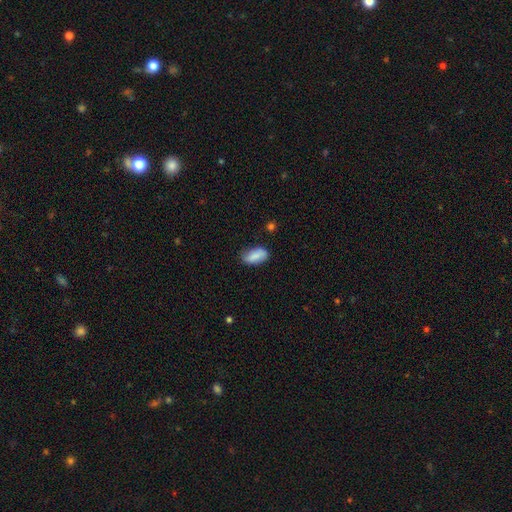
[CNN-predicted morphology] Q: Smooth or featured?
A: smooth (82%); runner-up: featured or disk (11%)
Q: How rounded?
A: in between (91%); runner-up: cigar-shaped (5%)
Q: Merging?
A: none (74%); runner-up: minor disturbance (20%)